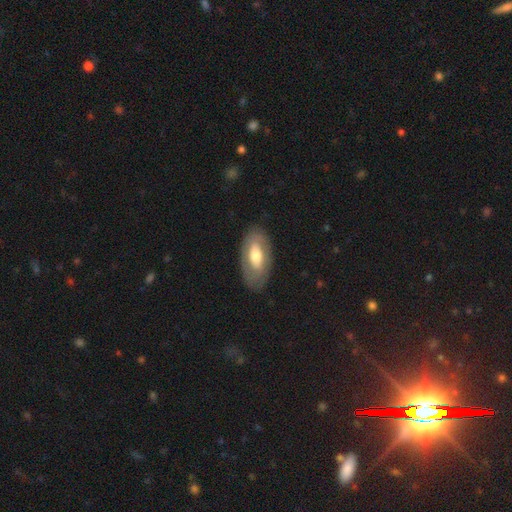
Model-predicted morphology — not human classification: The model was most divided on "smooth or featured": smooth: 48%, featured or disk: 47%, star or artifact: 5%. More confident: merging — none (80%).